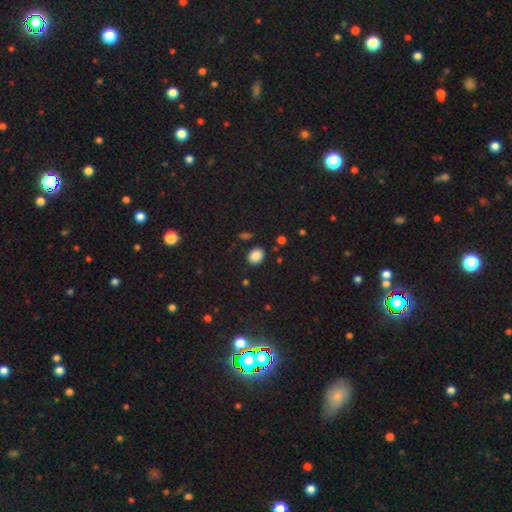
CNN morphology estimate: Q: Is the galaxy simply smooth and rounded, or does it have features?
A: smooth — 86%.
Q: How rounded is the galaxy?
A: in between — 59%.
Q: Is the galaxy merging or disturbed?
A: none — 86%.